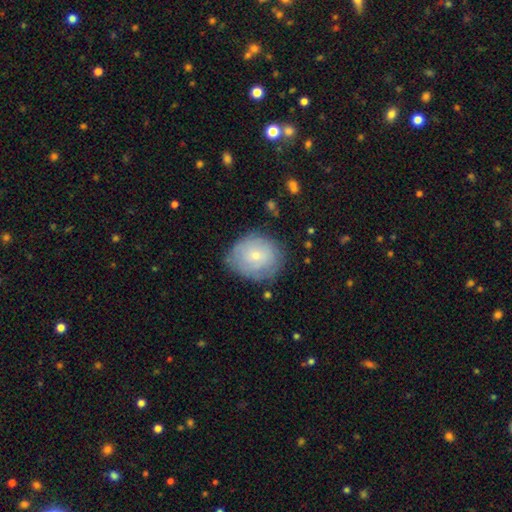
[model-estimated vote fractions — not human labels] smooth 62%, featured or disk 30%, star or artifact 8%. Down the decision tree: how rounded — round (70%); merging — none (74%).